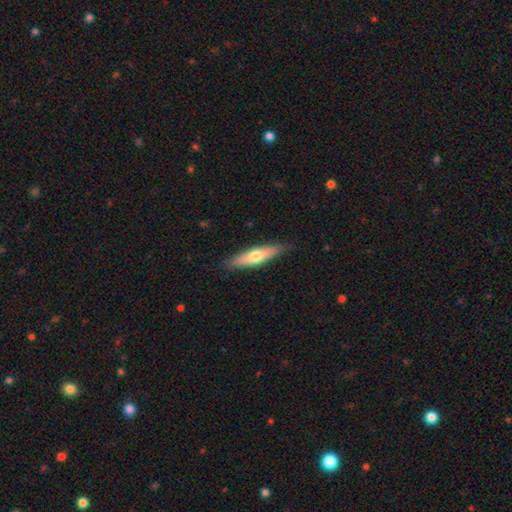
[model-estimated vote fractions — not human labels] A smooth galaxy with no disk features (57%) that is cigar-shaped (74%). Merging: none (86%).